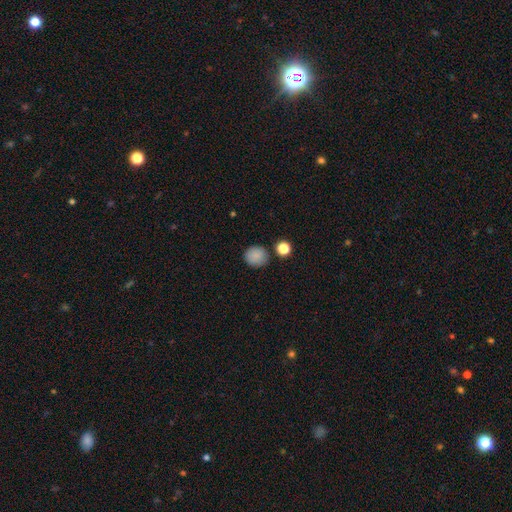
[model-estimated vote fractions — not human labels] smooth_or_featured: smooth (p=0.86) [alt: star or artifact p=0.10]
how_rounded: round (p=0.88) [alt: in between p=0.11]
merging: none (p=0.84) [alt: minor disturbance p=0.09]